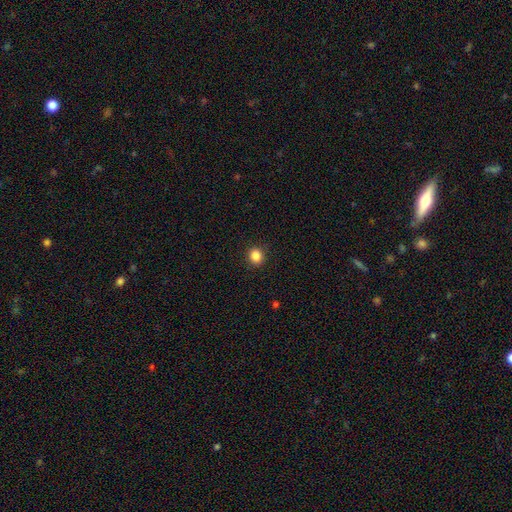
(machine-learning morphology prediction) Smooth or featured? smooth (86%)
How rounded? round (81%)
Merging? none (91%)